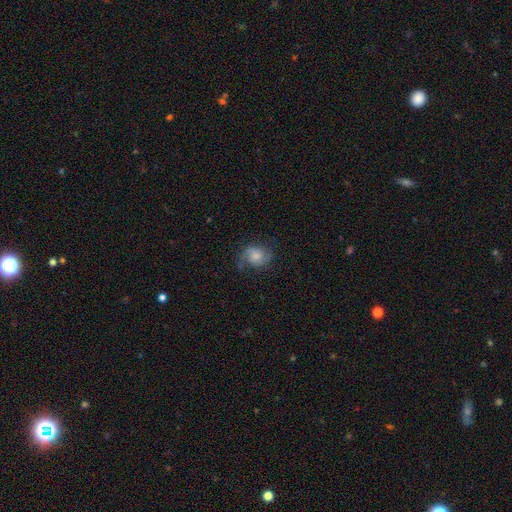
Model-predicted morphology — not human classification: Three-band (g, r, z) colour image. It shows a featured or disk galaxy (55%) with no bar (69%), spiral arms (90%) and a small central bulge (40%). Merging: none (63%).